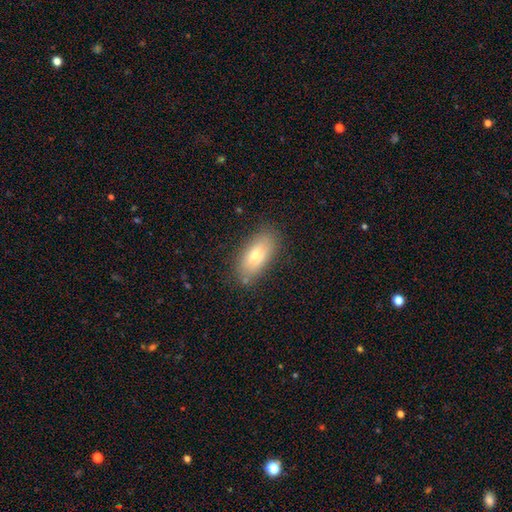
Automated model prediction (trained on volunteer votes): A smooth galaxy with no disk features (71%) that is in between round and cigar-shaped (84%). Merging: none (83%).